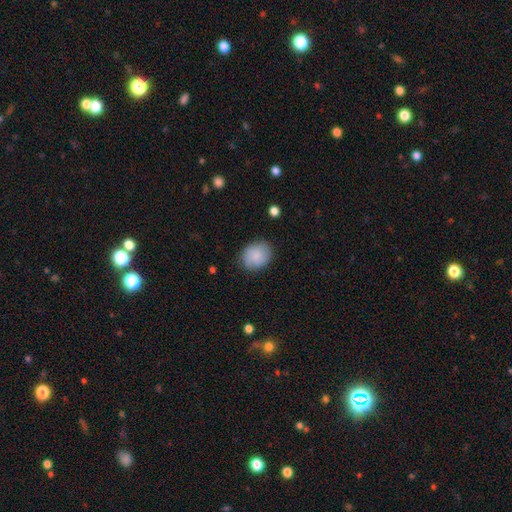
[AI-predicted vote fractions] The model was most divided on "how rounded": round: 54%, in between: 45%, cigar-shaped: 1%. More confident: smooth or featured — smooth (82%); merging — none (77%).